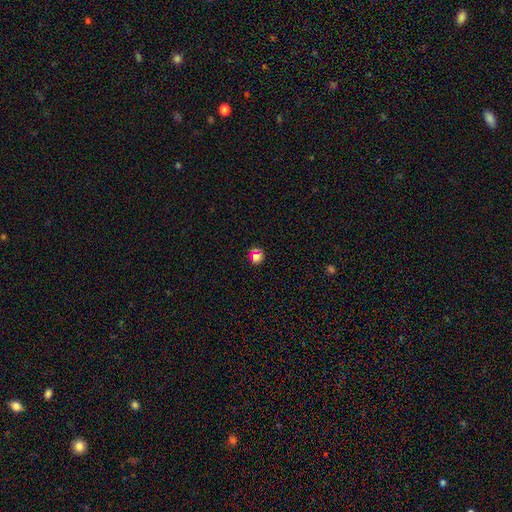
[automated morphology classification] Smooth or featured? smooth (63%)
How rounded? round (90%)
Merging? none (85%)